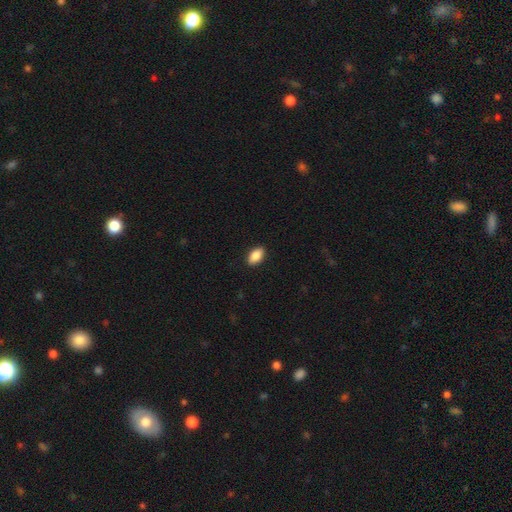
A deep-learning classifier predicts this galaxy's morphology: smooth-or-featured: smooth: 88% | star or artifact: 7% | featured or disk: 5%
  how-rounded: in between: 92% | round: 4% | cigar-shaped: 4%
  merging: none: 90% | minor disturbance: 7% | major disturbance: 2% | merger: 1%